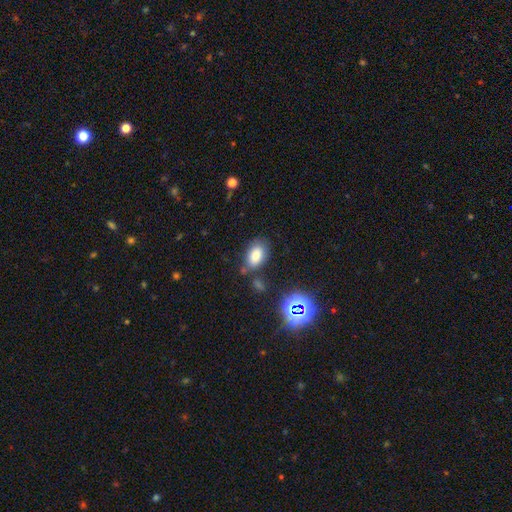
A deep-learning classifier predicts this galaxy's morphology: Smooth or featured? Predicted: smooth (p=0.80). How rounded? Predicted: in between (p=0.90). Merging? Predicted: none (p=0.69).